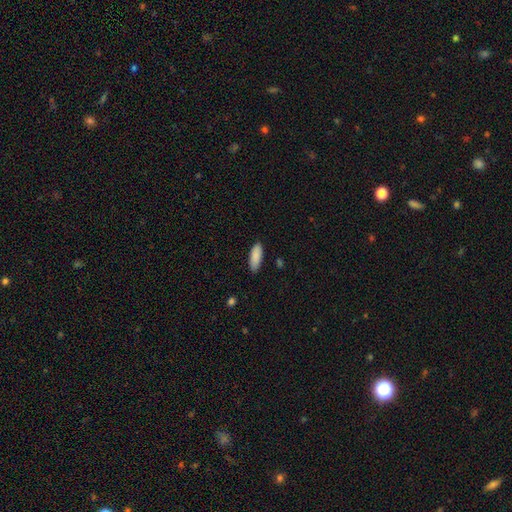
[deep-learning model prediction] A smooth galaxy with no disk features (89%) that is in between round and cigar-shaped (71%). Merging: none (86%).